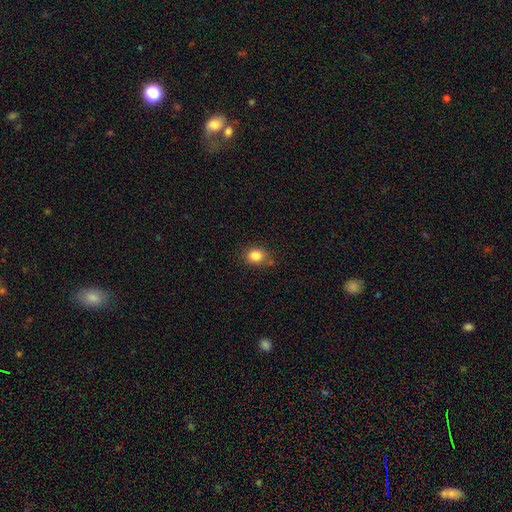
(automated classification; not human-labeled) A smooth galaxy with no disk features (84%) that is round (62%). Merging: none (77%).